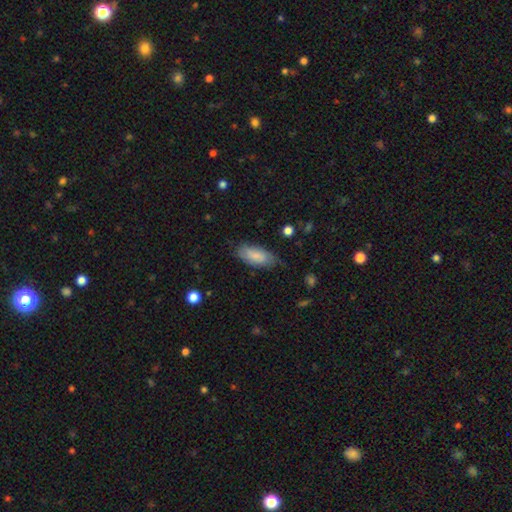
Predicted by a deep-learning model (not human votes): Smooth or featured? smooth (81%)
How rounded? in between (85%)
Merging? none (69%)